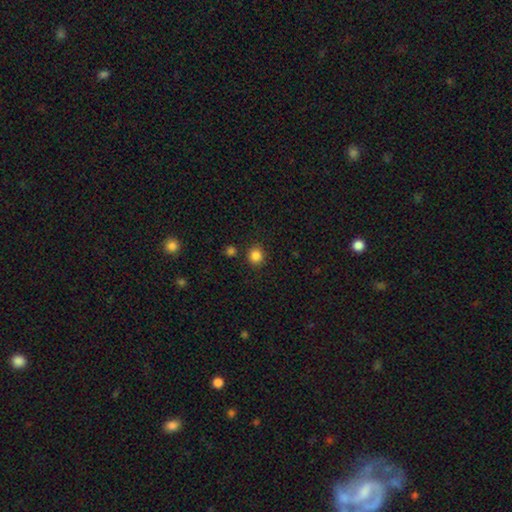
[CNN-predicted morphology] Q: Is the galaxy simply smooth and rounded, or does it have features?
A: smooth — 85%.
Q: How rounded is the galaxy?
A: round — 90%.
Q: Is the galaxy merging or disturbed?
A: none — 87%.